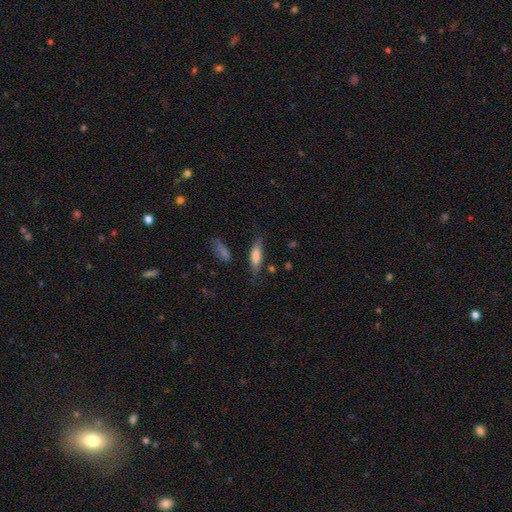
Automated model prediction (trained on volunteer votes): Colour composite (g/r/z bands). It shows a smooth galaxy with no disk features (74%) that is cigar-shaped (58%). Merging: none (68%).